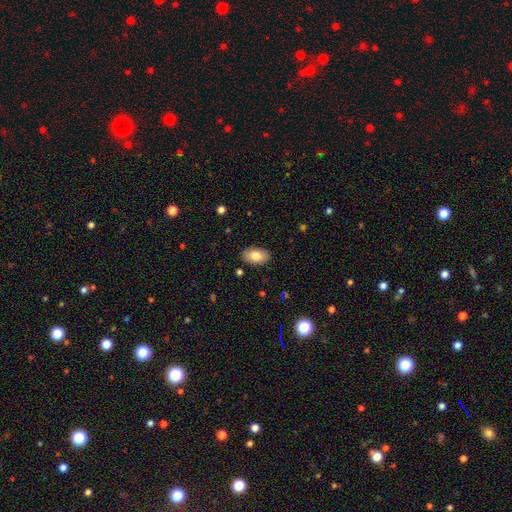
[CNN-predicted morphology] type=smooth (81%); roundness=in between (93%); merging=none (88%).